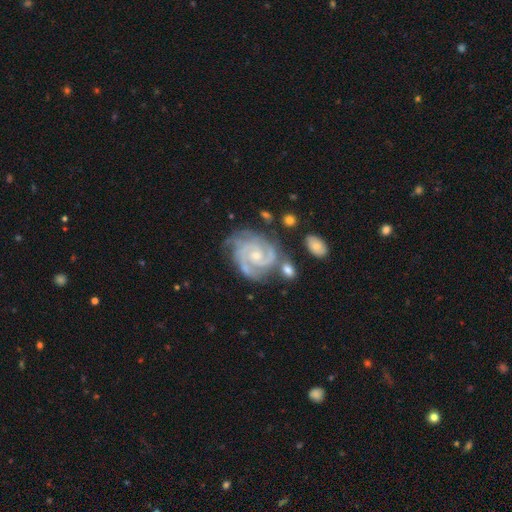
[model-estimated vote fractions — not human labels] Smooth or featured: featured or disk — 92% (star or artifact — 5%)
Edge-on disk: no — 98% (yes — 2%)
Bar: no — 69% (weak — 25%)
Spiral arms: yes — 98% (no — 2%)
Spiral winding: tight — 70% (medium — 27%)
Spiral arm count: 3 — 40% (2 — 33%)
Bulge size: small — 65% (moderate — 31%)
Merging: none — 64% (minor disturbance — 21%)